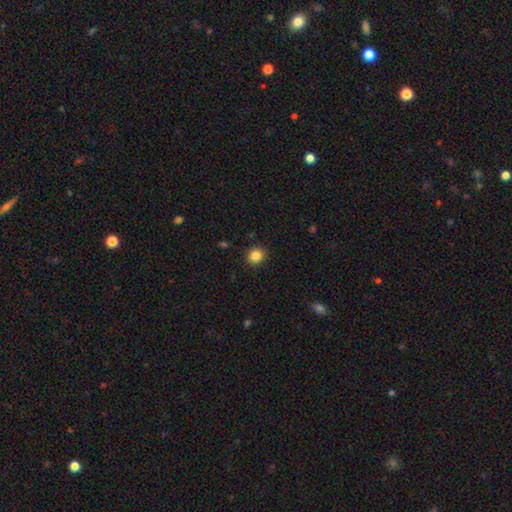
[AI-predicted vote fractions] A smooth galaxy with no disk features (84%) that is round (81%).

Vote fractions:
- Smooth or featured? smooth: 84% / star or artifact: 11% / featured or disk: 5%
- How rounded? round: 81% / in between: 18% / cigar-shaped: 1%
- Merging? none: 91% / minor disturbance: 6% / major disturbance: 2% / merger: 1%